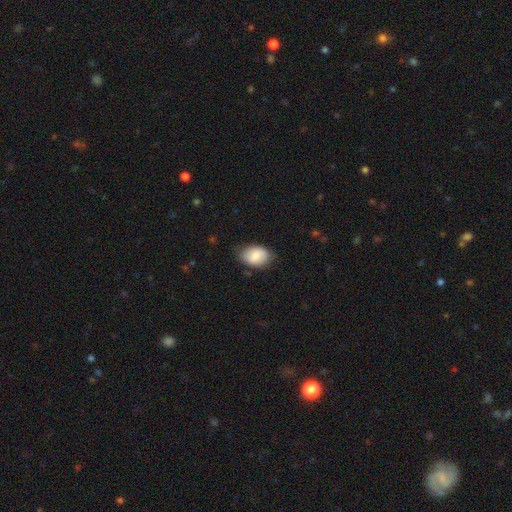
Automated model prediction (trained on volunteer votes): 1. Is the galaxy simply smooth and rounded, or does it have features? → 80% smooth, 13% featured or disk, 7% star or artifact.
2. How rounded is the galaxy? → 79% in between, 20% round, 1% cigar-shaped.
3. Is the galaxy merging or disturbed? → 70% none, 24% minor disturbance, 4% major disturbance, 1% merger.